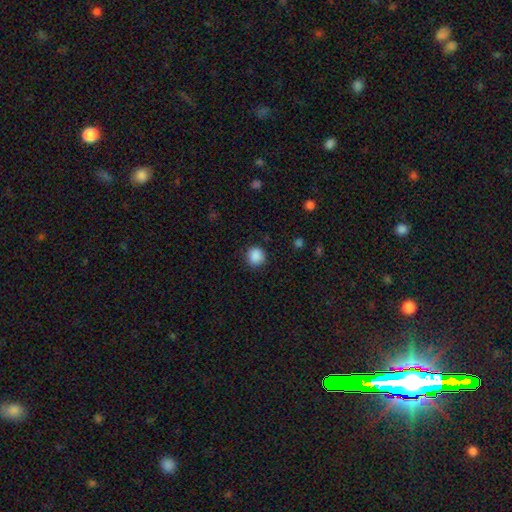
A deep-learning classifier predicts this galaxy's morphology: This is clearly a smooth galaxy (88%). How rounded: clearly round (92%). Merging: clearly none (89%).